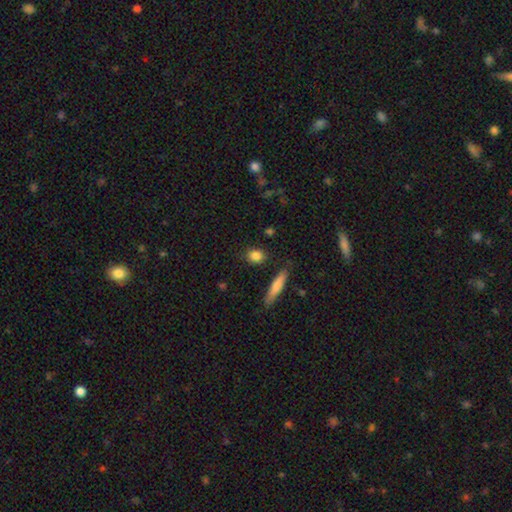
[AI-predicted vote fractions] Smooth or featured: smooth — 84% (star or artifact — 8%)
How rounded: round — 51% (in between — 39%)
Merging: none — 83% (minor disturbance — 11%)